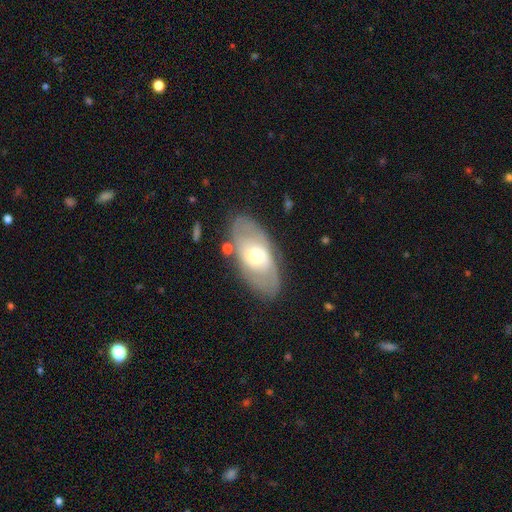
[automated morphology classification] Smooth or featured? Predicted: featured or disk (p=0.55). Edge-on disk? Predicted: no (p=0.88). Merging? Predicted: none (p=0.76).